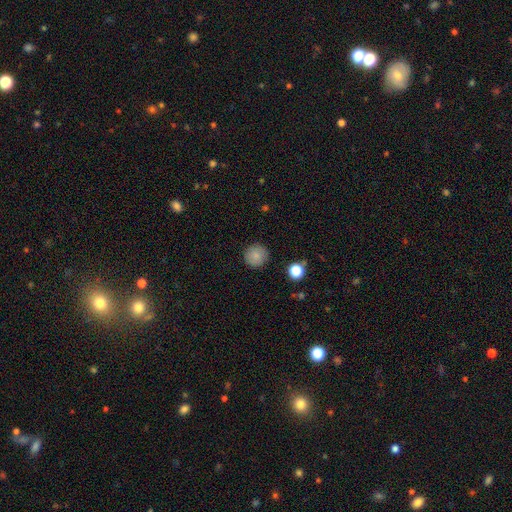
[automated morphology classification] A smooth galaxy with no disk features (84%) that is round (95%). Merging: none (90%).